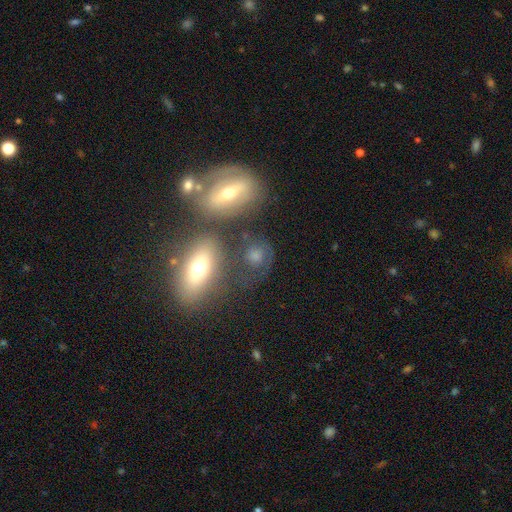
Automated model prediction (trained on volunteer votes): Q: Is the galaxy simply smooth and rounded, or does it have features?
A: smooth — 60%.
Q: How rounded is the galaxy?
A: round — 70%.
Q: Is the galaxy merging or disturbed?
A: none — 61%.